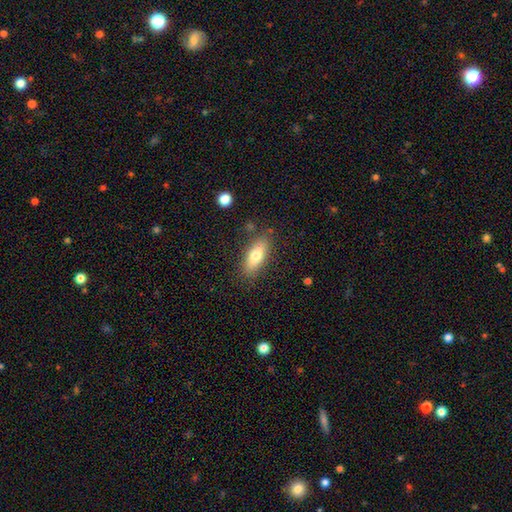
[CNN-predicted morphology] This appears to be a smooth galaxy with no disk features (72%) that is in between round and cigar-shaped (70%). Merging: none (82%).